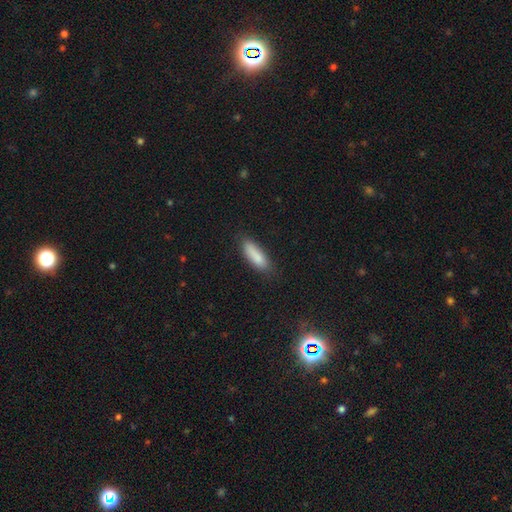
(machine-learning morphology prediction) smooth_or_featured: smooth (p=0.85) [alt: featured or disk p=0.08]
how_rounded: cigar-shaped (p=0.52) [alt: in between p=0.46]
merging: none (p=0.80) [alt: minor disturbance p=0.15]